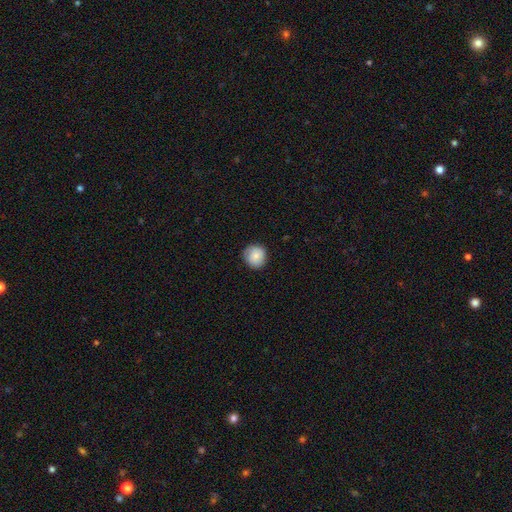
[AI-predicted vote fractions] Smooth or featured: smooth — 82% (featured or disk — 10%)
How rounded: round — 90% (in between — 9%)
Merging: none — 85% (minor disturbance — 12%)